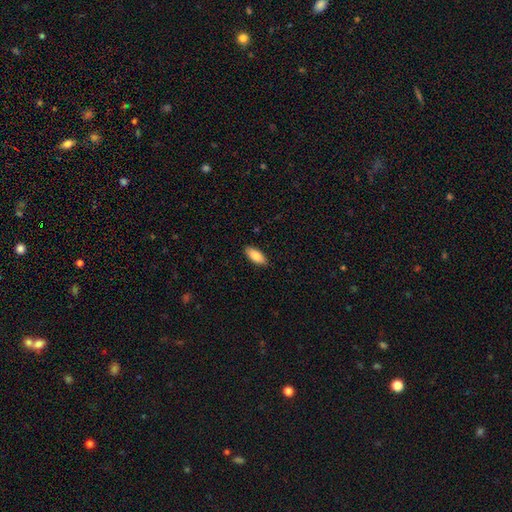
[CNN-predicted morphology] The model was most divided on "how rounded": in between: 86%, cigar-shaped: 12%, round: 2%. More confident: merging — none (89%); smooth or featured — smooth (84%).